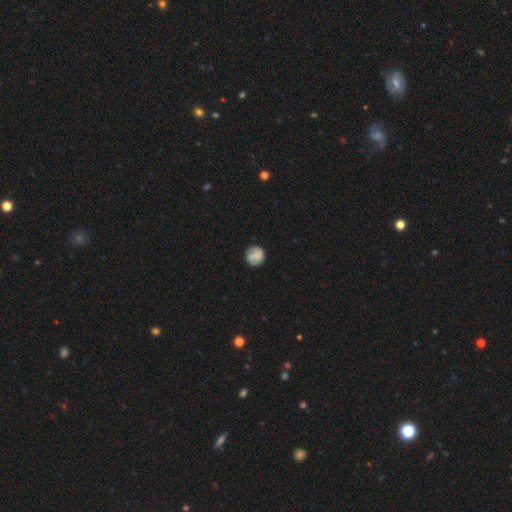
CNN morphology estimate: This is likely a smooth galaxy (63%). How rounded: clearly round (90%). Merging: likely none (76%).